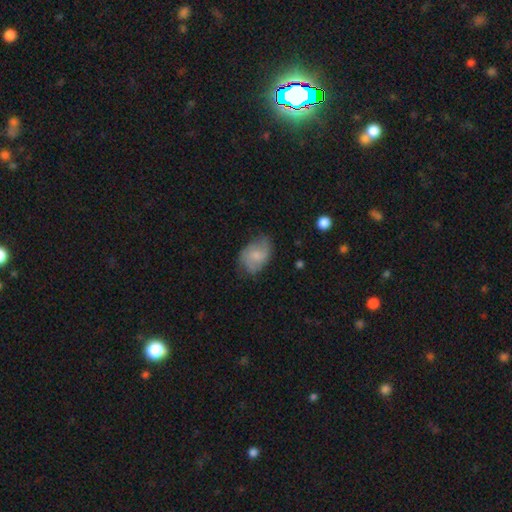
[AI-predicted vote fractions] Overall: smooth (60%; featured or disk 33%). How rounded: in between (79%). Merging: none (59%; minor disturbance 30%).